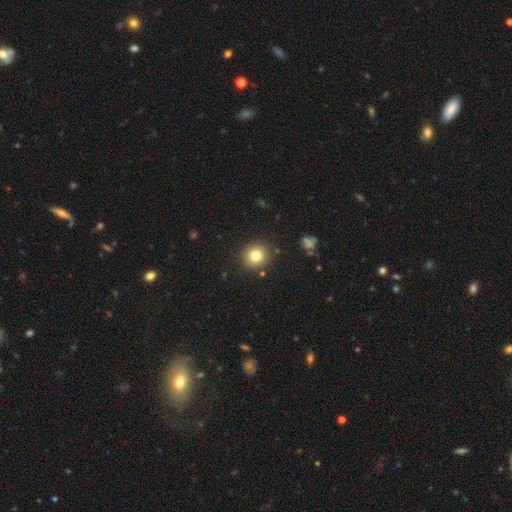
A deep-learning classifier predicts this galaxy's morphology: Smooth or featured?
  - smooth: 80% *
  - star or artifact: 12%
  - featured or disk: 8%
How rounded?
  - round: 89% *
  - in between: 11%
  - cigar-shaped: 1%
Merging?
  - none: 89% *
  - minor disturbance: 7%
  - major disturbance: 2%
  - merger: 2%